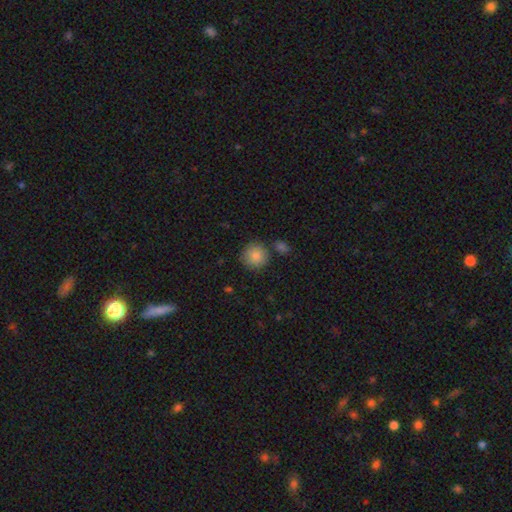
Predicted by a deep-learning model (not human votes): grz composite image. It shows a smooth galaxy with no disk features (86%) that is round (93%). Merging: none (80%).